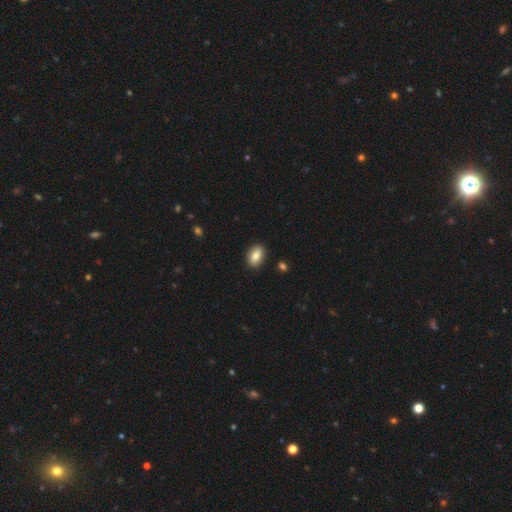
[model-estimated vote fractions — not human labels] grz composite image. It shows a smooth galaxy with no disk features (83%) that is in between round and cigar-shaped (87%). Merging: none (90%).